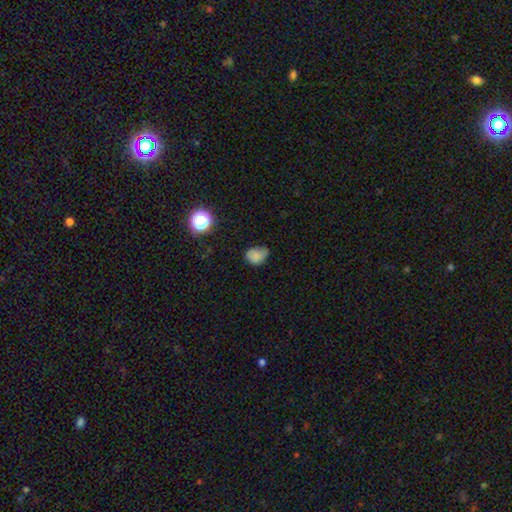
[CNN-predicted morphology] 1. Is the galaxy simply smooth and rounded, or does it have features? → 78% smooth, 13% star or artifact, 9% featured or disk.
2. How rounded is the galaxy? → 57% in between, 42% round, 1% cigar-shaped.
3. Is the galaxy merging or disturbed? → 49% none, 39% minor disturbance, 10% major disturbance, 2% merger.